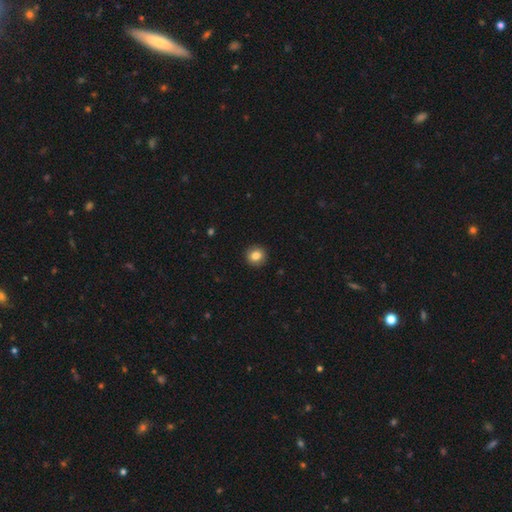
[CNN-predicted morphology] smooth 84%, star or artifact 9%, featured or disk 7%. Down the decision tree: how rounded — round (91%); merging — none (92%).